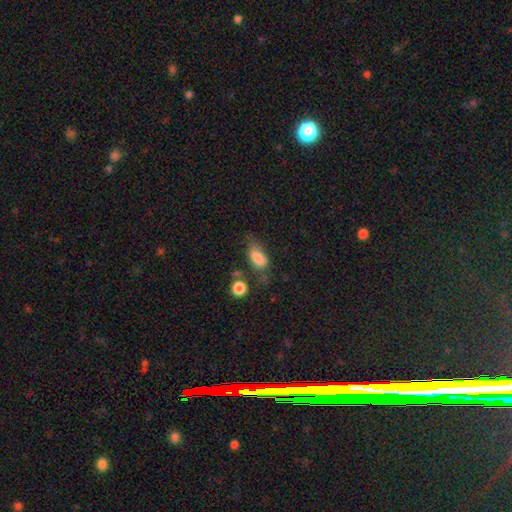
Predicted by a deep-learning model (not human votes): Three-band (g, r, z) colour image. It shows a smooth galaxy with no disk features (72%) that is in between round and cigar-shaped (81%). Merging: none (55%).